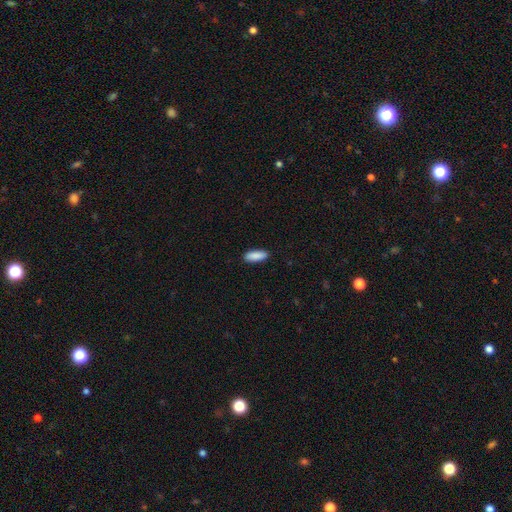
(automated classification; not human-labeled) A smooth galaxy with no disk features (90%) that is in between round and cigar-shaped (71%). Merging: none (90%).